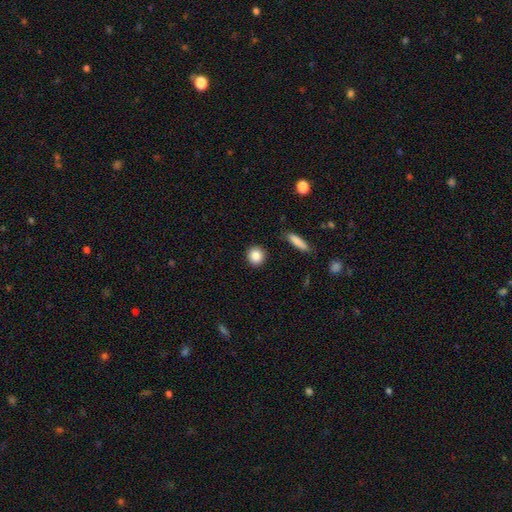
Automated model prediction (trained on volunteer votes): Smooth or featured? smooth (86%)
How rounded? round (87%)
Merging? none (91%)